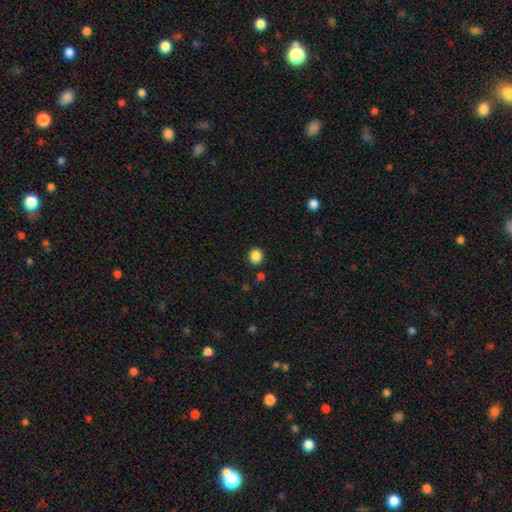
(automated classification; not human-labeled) Smooth or featured? smooth (86%)
How rounded? round (82%)
Merging? none (87%)